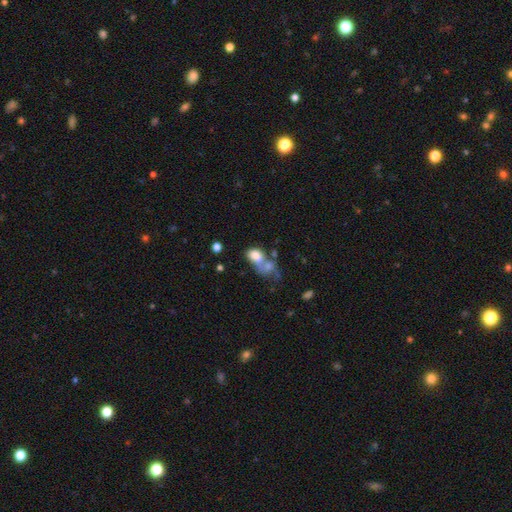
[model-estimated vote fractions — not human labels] Smooth or featured? Predicted: smooth (p=0.72). How rounded? Predicted: in between (p=0.72). Merging? Predicted: merger (p=0.59).